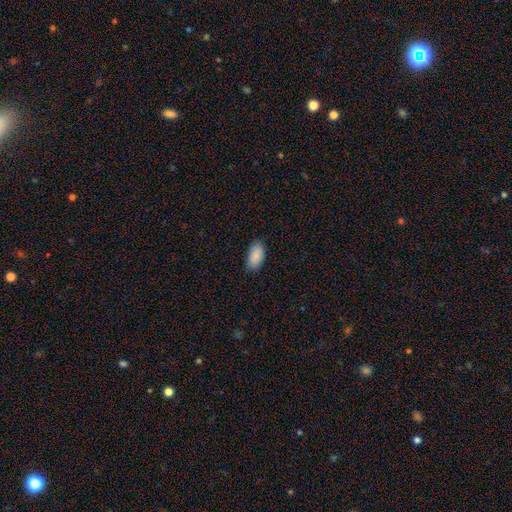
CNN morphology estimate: type=smooth (89%); roundness=in between (95%); merging=none (83%).